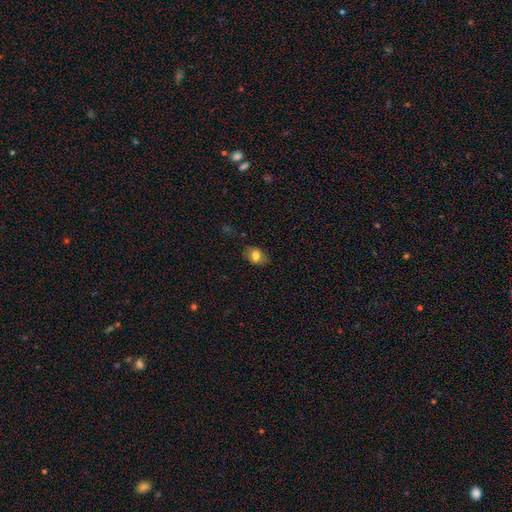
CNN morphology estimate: type=smooth (78%); roundness=in between (68%); merging=none (79%).